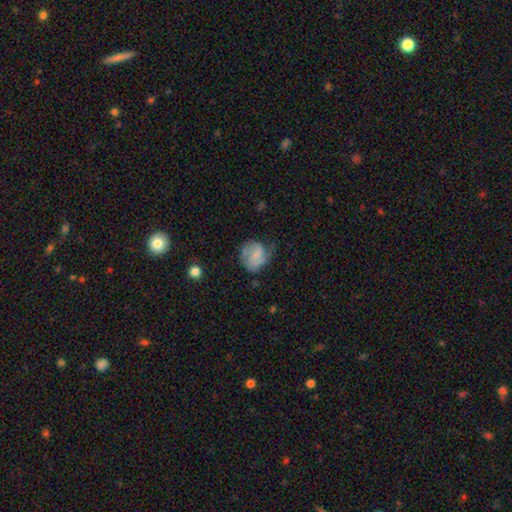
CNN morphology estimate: Smooth or featured? Predicted: featured or disk (p=0.54). Edge-on disk? Predicted: no (p=0.98). Bar? Predicted: no (p=0.51). Spiral arms? Predicted: yes (p=0.85). Bulge size? Predicted: small (p=0.40). Merging? Predicted: none (p=0.50).